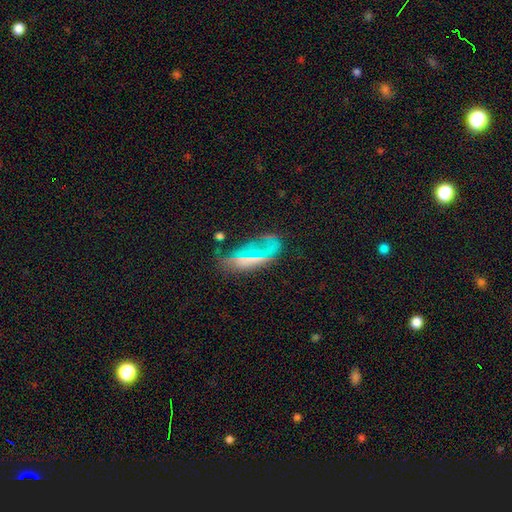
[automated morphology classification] A featured or disk galaxy (49%).

Vote fractions:
- Smooth or featured? featured or disk: 49% / smooth: 37% / star or artifact: 15%
- Merging? none: 37% / major disturbance: 31% / minor disturbance: 25% / merger: 7%